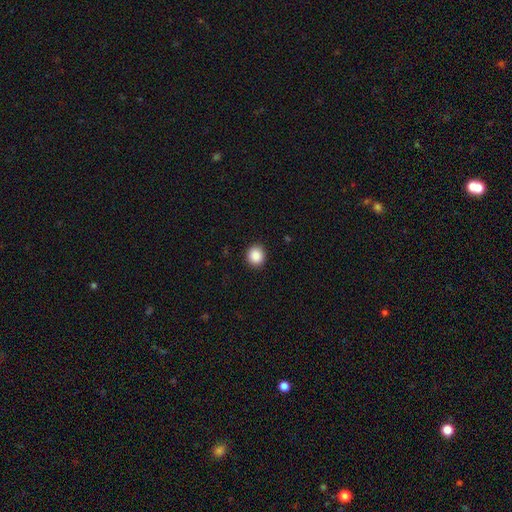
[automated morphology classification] smooth 89%, star or artifact 9%, featured or disk 3%. Down the decision tree: how rounded — round (84%); merging — none (91%).